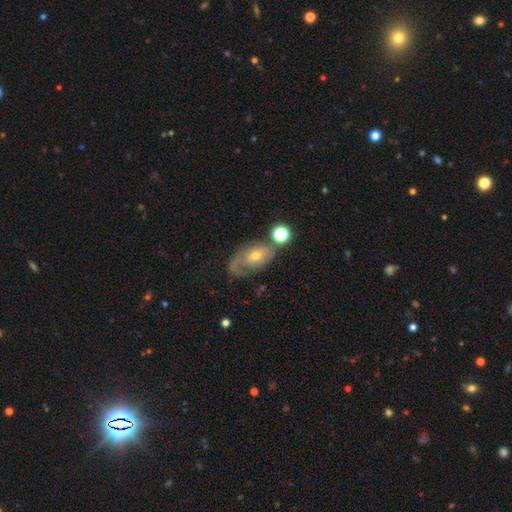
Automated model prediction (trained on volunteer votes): Overall: featured or disk (53%; smooth 36%). Edge-on disk: no (92%). Merging: none (46%; minor disturbance 22%).